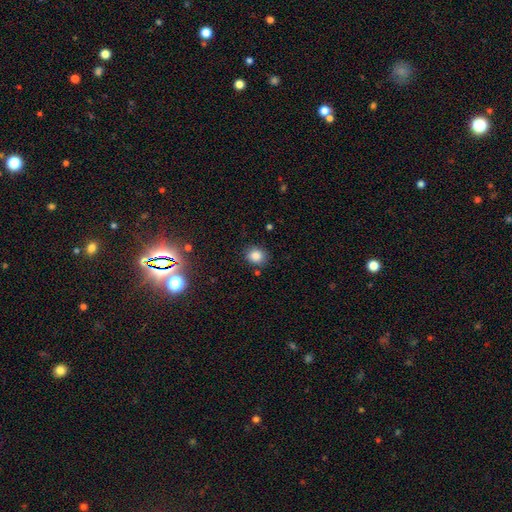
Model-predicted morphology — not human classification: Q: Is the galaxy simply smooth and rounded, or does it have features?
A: smooth — 83%.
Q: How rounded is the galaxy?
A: round — 72%.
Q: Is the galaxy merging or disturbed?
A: none — 84%.